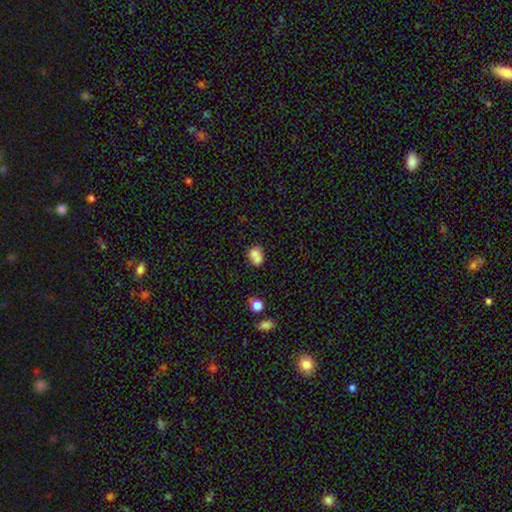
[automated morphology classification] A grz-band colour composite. It shows a smooth galaxy with no disk features (73%) that is round (51%). Merging: merger (54%).